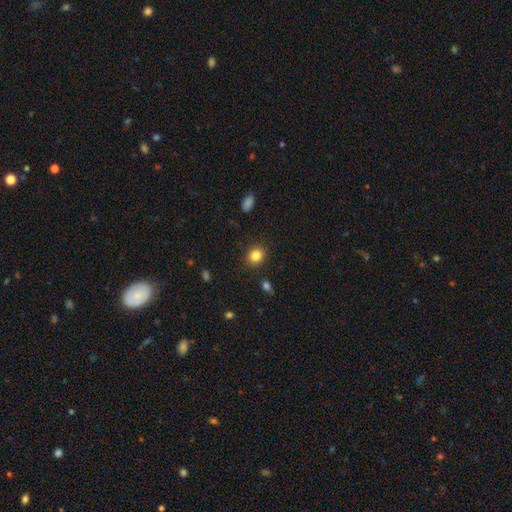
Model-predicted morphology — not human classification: type=smooth (84%); roundness=round (69%); merging=none (88%).